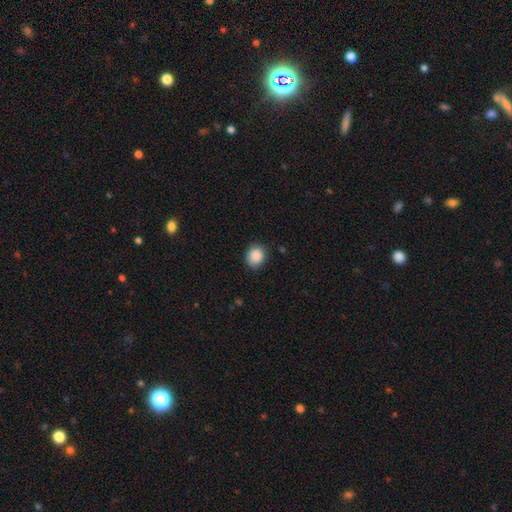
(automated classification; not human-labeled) Morphology: type=smooth (89%); roundness=round (72%); merging=none (83%).